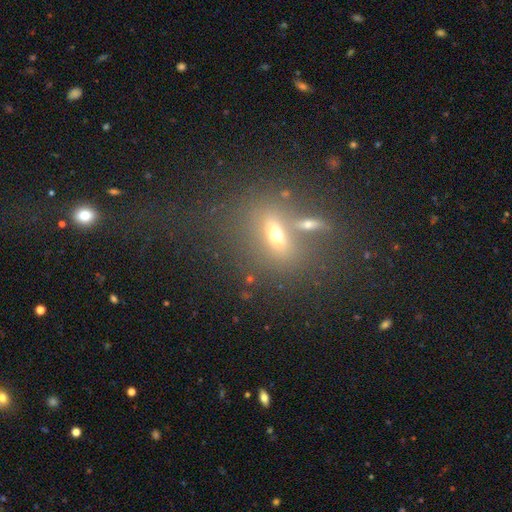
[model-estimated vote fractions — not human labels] Overall: smooth (36%; star or artifact 34%). Merging: none (41%; merger 32%).